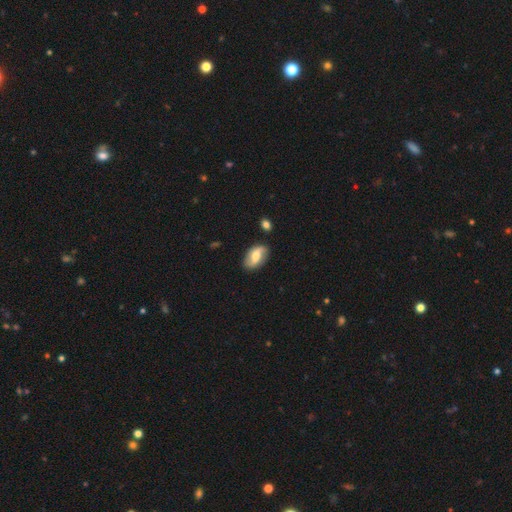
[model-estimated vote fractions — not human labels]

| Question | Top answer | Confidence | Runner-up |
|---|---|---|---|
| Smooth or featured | featured or disk | 53% | smooth (41%) |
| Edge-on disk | no | 93% | yes (7%) |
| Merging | none | 79% | minor disturbance (14%) |